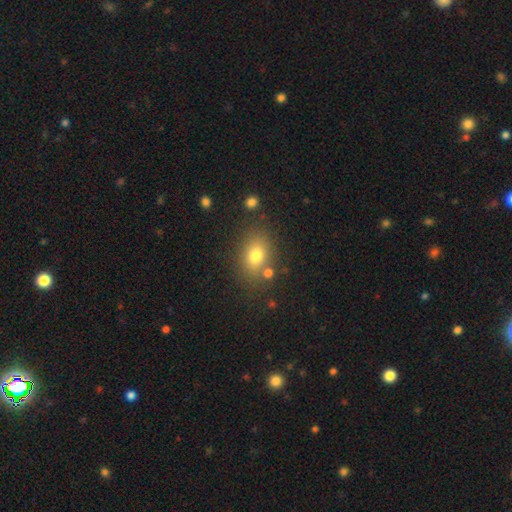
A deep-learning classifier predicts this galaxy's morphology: Smooth or featured: smooth — 76% (star or artifact — 13%)
How rounded: in between — 68% (round — 31%)
Merging: none — 75% (minor disturbance — 12%)